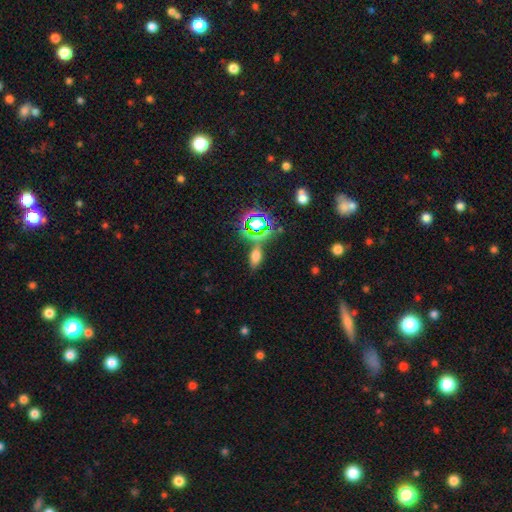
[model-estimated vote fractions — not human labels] Overall: smooth (59%; star or artifact 30%). How rounded: in between (76%). Merging: none (72%).